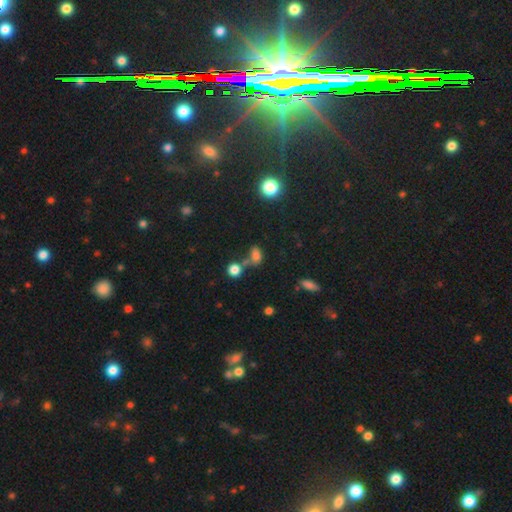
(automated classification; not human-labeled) This is likely a smooth galaxy (71%). How rounded: likely in between (72%). Merging: possibly none (45%).